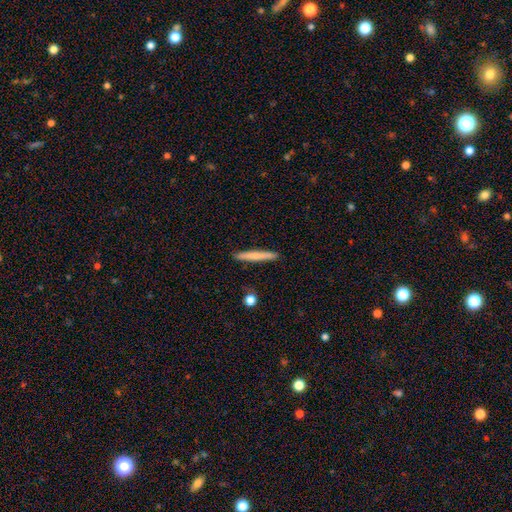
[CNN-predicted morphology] Smooth or featured?
  - smooth: 69% *
  - featured or disk: 26%
  - star or artifact: 6%
How rounded?
  - cigar-shaped: 96% *
  - in between: 3%
  - round: 1%
Merging?
  - none: 90% *
  - minor disturbance: 7%
  - merger: 2%
  - major disturbance: 1%